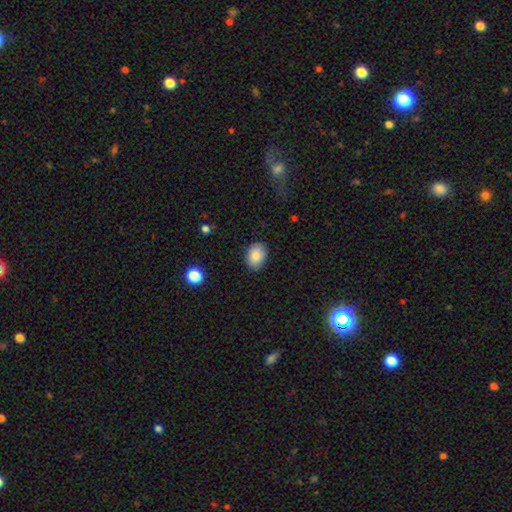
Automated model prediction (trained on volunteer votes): Smooth or featured? smooth (86%)
How rounded? in between (75%)
Merging? none (85%)